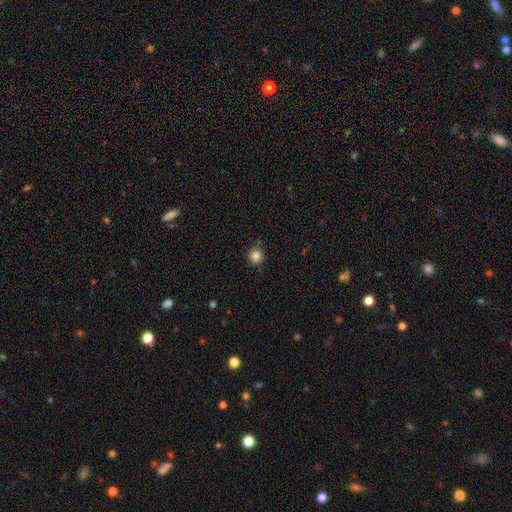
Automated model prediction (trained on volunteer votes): A smooth galaxy with no disk features (85%) that is round (88%). Merging: none (85%).